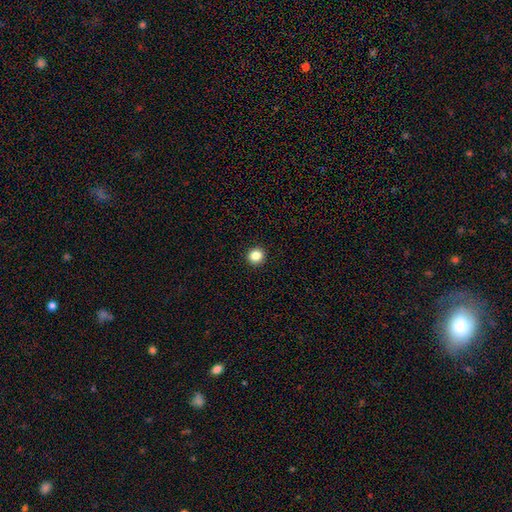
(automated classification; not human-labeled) A smooth galaxy with no disk features (85%) that is round (91%).

Vote fractions:
- Smooth or featured? smooth: 85% / star or artifact: 11% / featured or disk: 4%
- How rounded? round: 91% / in between: 8% / cigar-shaped: 1%
- Merging? none: 94% / minor disturbance: 4% / major disturbance: 1% / merger: 1%